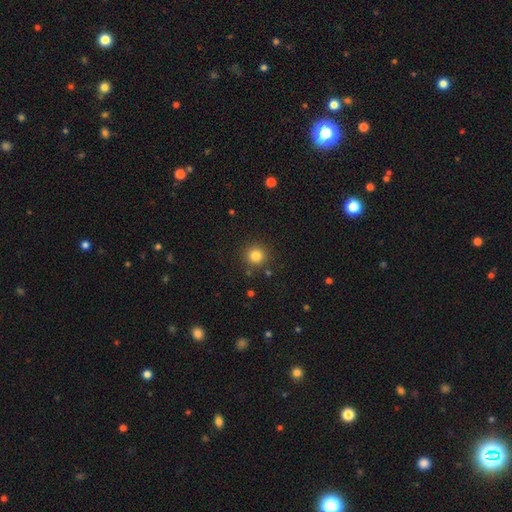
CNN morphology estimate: Smooth or featured? Predicted: smooth (p=0.82). How rounded? Predicted: round (p=0.94). Merging? Predicted: none (p=0.89).